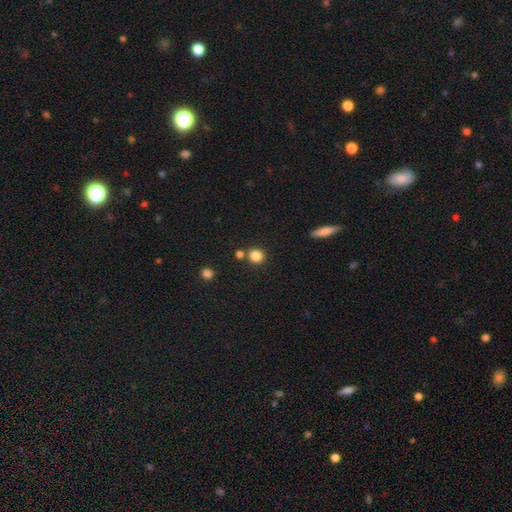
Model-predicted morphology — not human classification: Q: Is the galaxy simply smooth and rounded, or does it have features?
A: smooth — 84%.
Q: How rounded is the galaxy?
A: round — 87%.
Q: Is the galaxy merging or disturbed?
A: none — 75%.